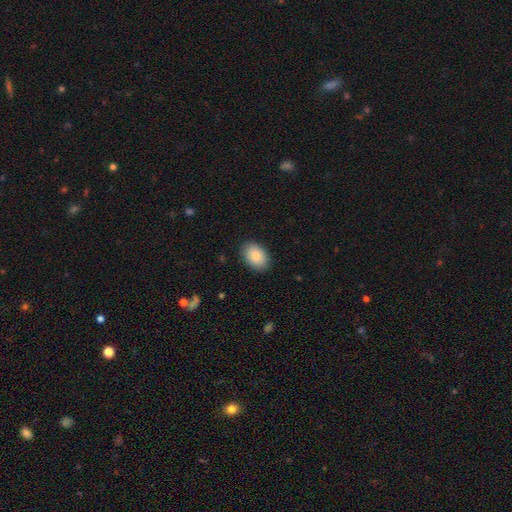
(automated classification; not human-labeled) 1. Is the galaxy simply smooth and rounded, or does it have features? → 83% smooth, 10% featured or disk, 7% star or artifact.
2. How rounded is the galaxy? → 86% in between, 13% round, 1% cigar-shaped.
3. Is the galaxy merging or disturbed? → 88% none, 9% minor disturbance, 2% major disturbance, 1% merger.